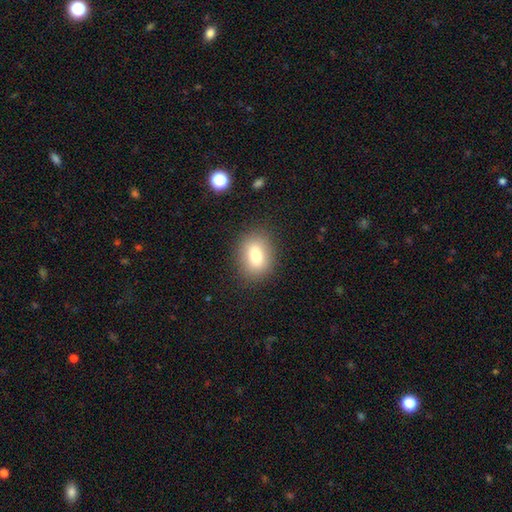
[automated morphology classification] Smooth or featured? Predicted: smooth (p=0.78). How rounded? Predicted: in between (p=0.60). Merging? Predicted: none (p=0.86).